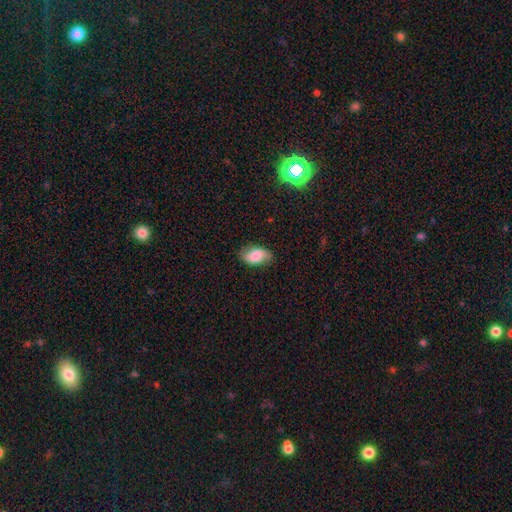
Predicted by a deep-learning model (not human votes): smooth_or_featured: smooth (p=0.72) [alt: featured or disk p=0.20]
how_rounded: in between (p=0.92) [alt: round p=0.06]
merging: none (p=0.76) [alt: minor disturbance p=0.18]